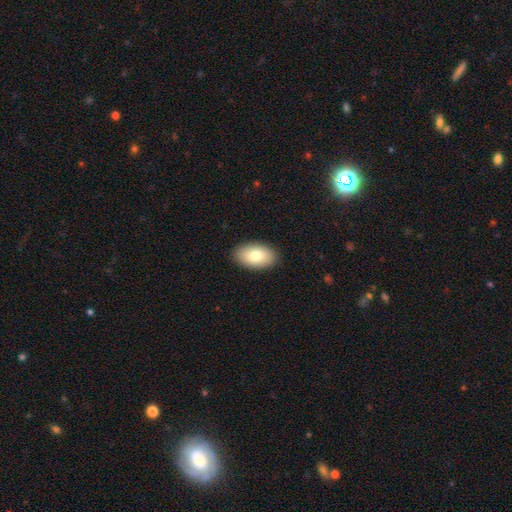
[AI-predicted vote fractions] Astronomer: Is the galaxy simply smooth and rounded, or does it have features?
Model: smooth — 80%.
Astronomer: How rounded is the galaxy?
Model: in between — 94%.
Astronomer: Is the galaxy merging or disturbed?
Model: none — 90%.